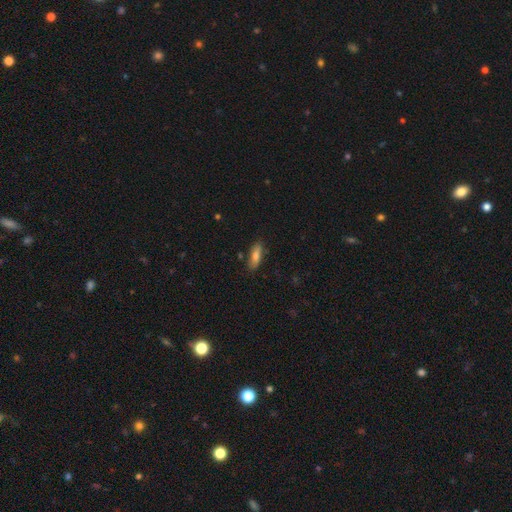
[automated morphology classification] Smooth or featured?
  - smooth: 79% *
  - featured or disk: 14%
  - star or artifact: 7%
How rounded?
  - in between: 60% *
  - cigar-shaped: 38%
  - round: 2%
Merging?
  - none: 80% *
  - minor disturbance: 15%
  - major disturbance: 3%
  - merger: 2%